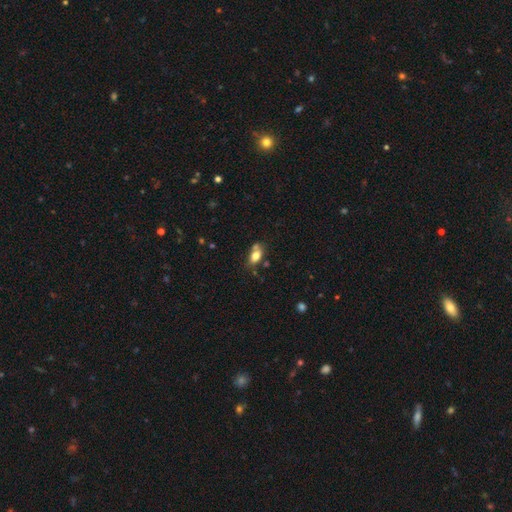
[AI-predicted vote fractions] Q: Smooth or featured?
A: smooth (75%); runner-up: featured or disk (16%)
Q: How rounded?
A: in between (83%); runner-up: round (12%)
Q: Merging?
A: none (51%); runner-up: merger (21%)